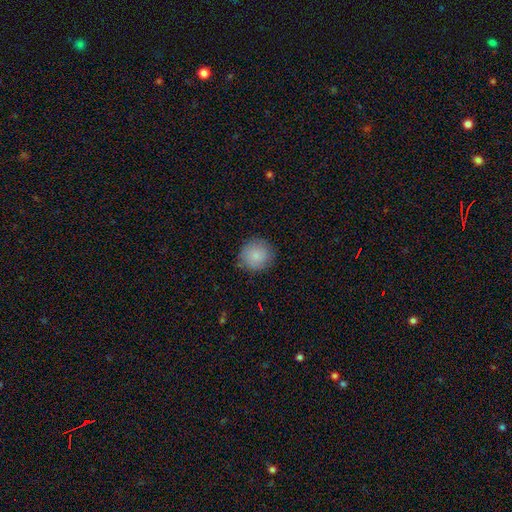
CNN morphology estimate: Smooth or featured: smooth — 83% (featured or disk — 10%)
How rounded: round — 93% (in between — 6%)
Merging: none — 83% (minor disturbance — 13%)